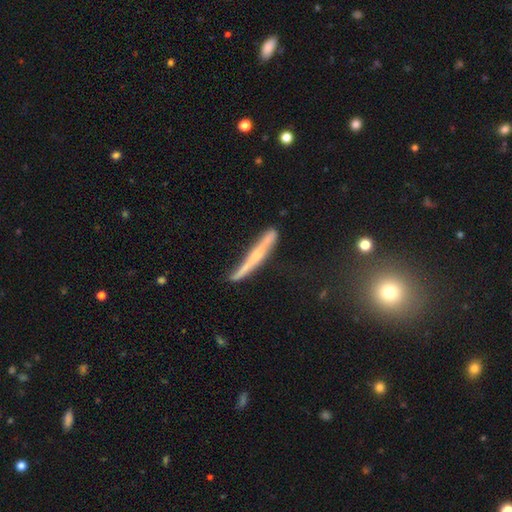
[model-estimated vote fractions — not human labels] The model was most divided on "edge-on bulge": rounded: 54%, none: 37%, boxy: 9%. More confident: edge-on disk — yes (93%); merging — none (69%); smooth or featured — featured or disk (62%).